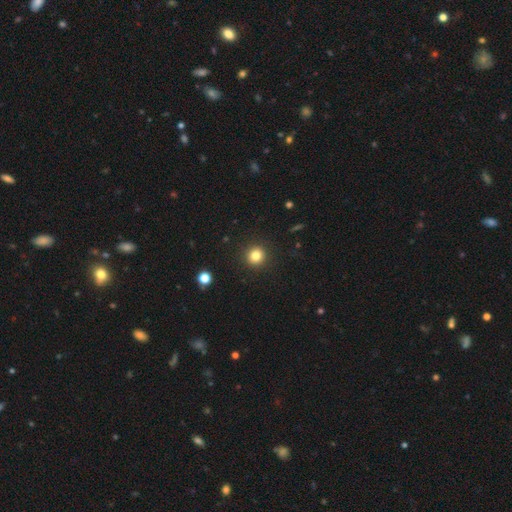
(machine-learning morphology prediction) Smooth or featured? Predicted: smooth (p=0.82). How rounded? Predicted: round (p=0.93). Merging? Predicted: none (p=0.92).